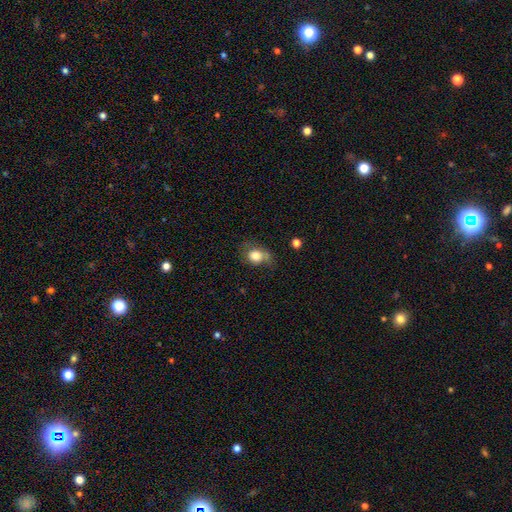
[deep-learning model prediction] Smooth or featured? smooth (76%)
How rounded? round (53%)
Merging? none (43%)